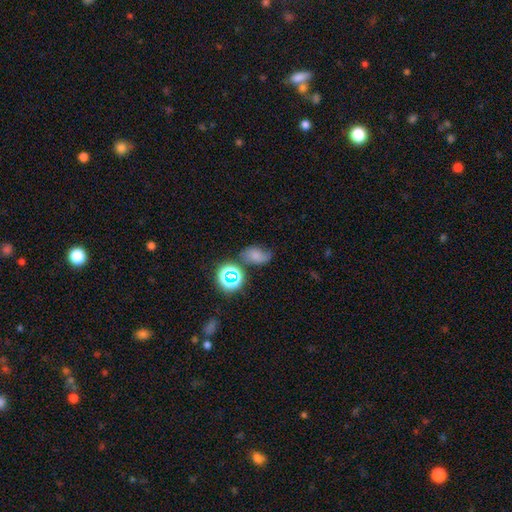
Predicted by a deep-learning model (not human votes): smooth_or_featured: smooth (p=0.62) [alt: star or artifact p=0.21]
how_rounded: in between (p=0.79) [alt: round p=0.20]
merging: none (p=0.52) [alt: minor disturbance p=0.29]